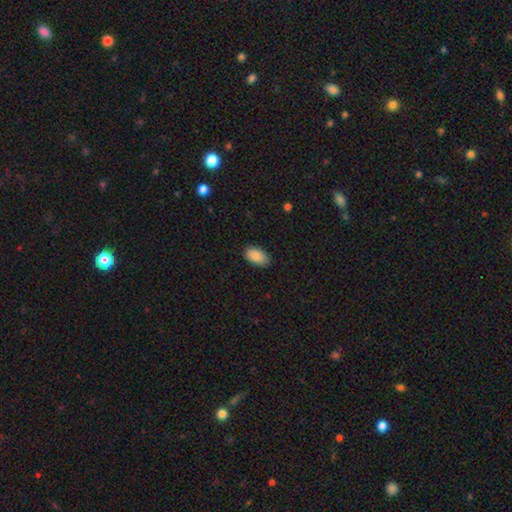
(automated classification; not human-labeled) Morphology: type=smooth (89%); roundness=in between (94%); merging=none (85%).